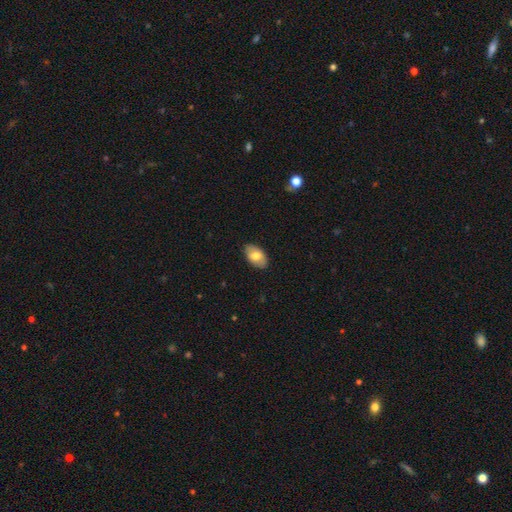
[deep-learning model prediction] Morphology: type=smooth (72%); roundness=in between (93%); merging=none (86%).